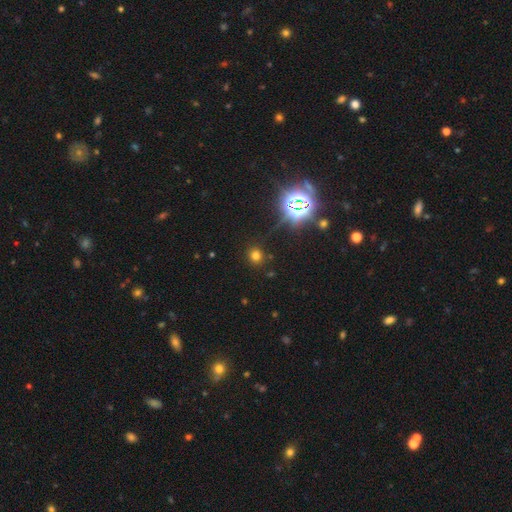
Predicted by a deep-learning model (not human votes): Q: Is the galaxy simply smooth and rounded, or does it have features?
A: smooth — 66%.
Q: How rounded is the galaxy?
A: round — 88%.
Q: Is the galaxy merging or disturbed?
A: none — 88%.